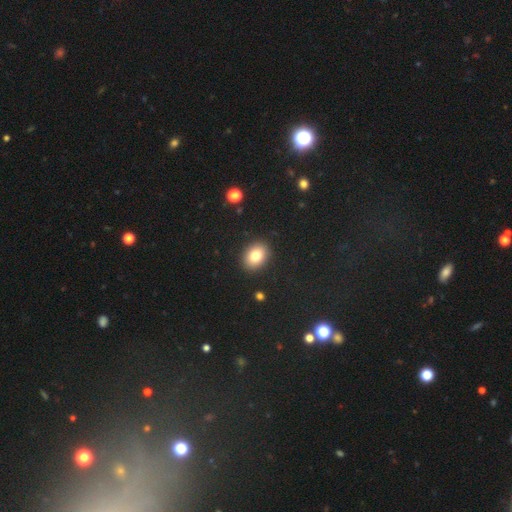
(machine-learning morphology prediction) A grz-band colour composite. It shows a smooth galaxy with no disk features (80%) that is in between round and cigar-shaped (58%). Merging: none (90%).